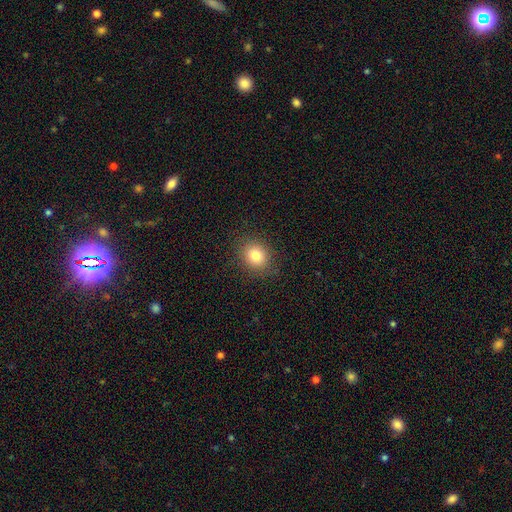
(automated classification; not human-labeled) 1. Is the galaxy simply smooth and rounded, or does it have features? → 81% smooth, 11% star or artifact, 8% featured or disk.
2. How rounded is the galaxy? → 69% round, 30% in between, 1% cigar-shaped.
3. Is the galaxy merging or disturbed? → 87% none, 9% minor disturbance, 3% major disturbance, 1% merger.